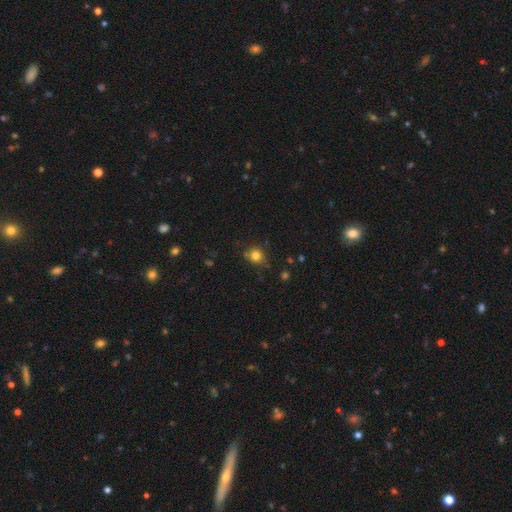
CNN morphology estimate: Smooth or featured?
  - smooth: 80% *
  - star or artifact: 13%
  - featured or disk: 7%
How rounded?
  - round: 78% *
  - in between: 21%
  - cigar-shaped: 1%
Merging?
  - none: 70% *
  - minor disturbance: 19%
  - merger: 5%
  - major disturbance: 5%